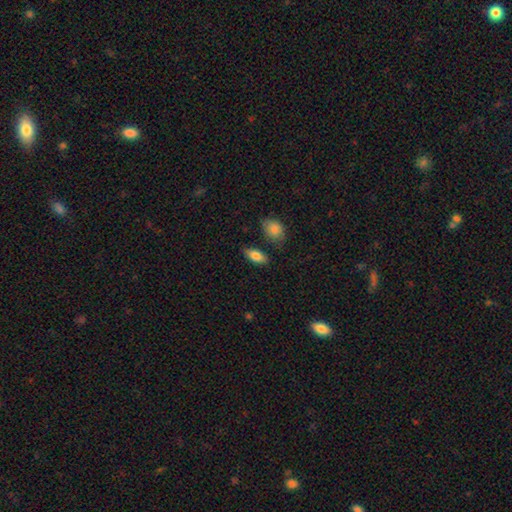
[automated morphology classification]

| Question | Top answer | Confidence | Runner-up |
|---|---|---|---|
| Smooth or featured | smooth | 82% | featured or disk (11%) |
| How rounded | in between | 86% | cigar-shaped (11%) |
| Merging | none | 75% | minor disturbance (16%) |